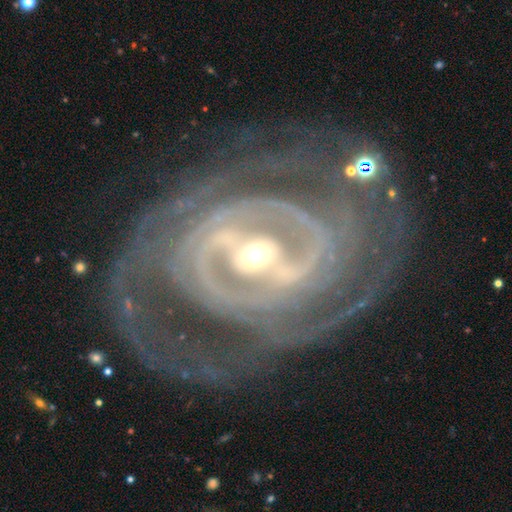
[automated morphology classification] type=featured or disk (91%); edge-on=no (97%); bar=strong (45%); spiral arms=yes (93%); winding=tight (55%); arm count=2 (40%); bulge=moderate (52%); merging=none (61%).